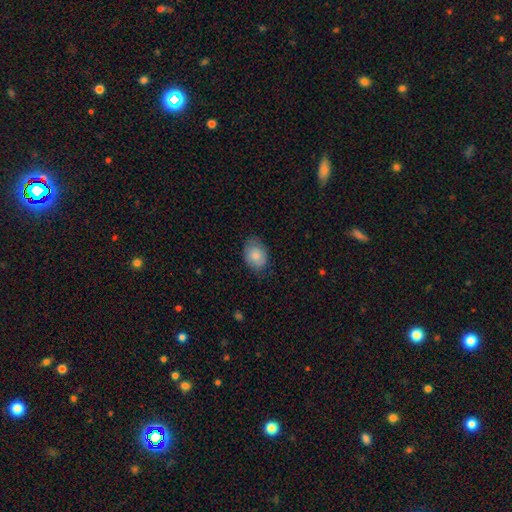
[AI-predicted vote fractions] Smooth or featured: smooth — 81% (featured or disk — 12%)
How rounded: in between — 67% (round — 32%)
Merging: none — 74% (minor disturbance — 20%)